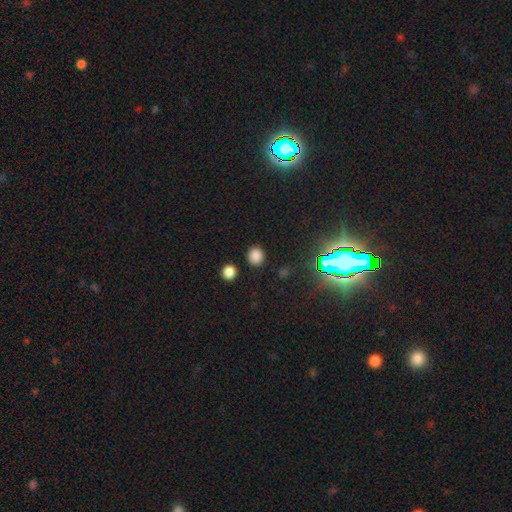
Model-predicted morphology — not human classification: Smooth or featured? Predicted: smooth (p=0.80). How rounded? Predicted: round (p=0.87). Merging? Predicted: none (p=0.87).